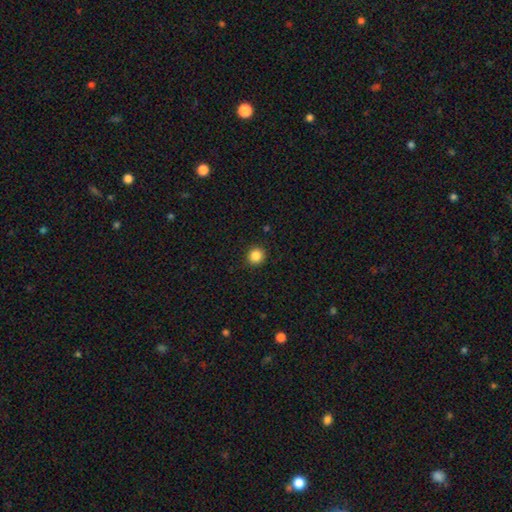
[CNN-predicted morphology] Smooth or featured?
  - smooth: 86% *
  - star or artifact: 11%
  - featured or disk: 3%
How rounded?
  - round: 93% *
  - in between: 6%
  - cigar-shaped: 1%
Merging?
  - none: 92% *
  - minor disturbance: 5%
  - major disturbance: 2%
  - merger: 1%